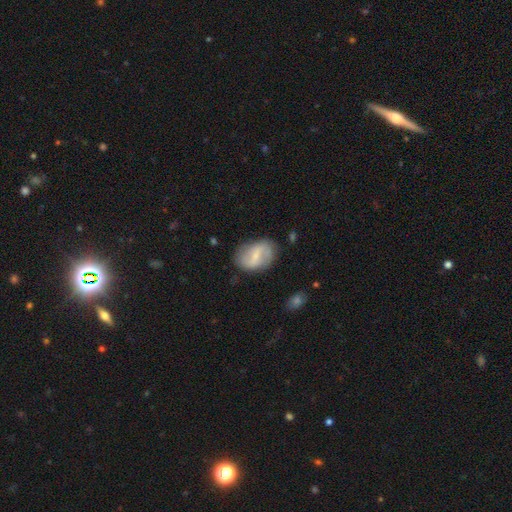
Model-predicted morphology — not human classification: type=featured or disk (61%); edge-on=no (96%); bar=weak (53%); spiral arms=yes (80%); bulge=small (61%); merging=none (74%).